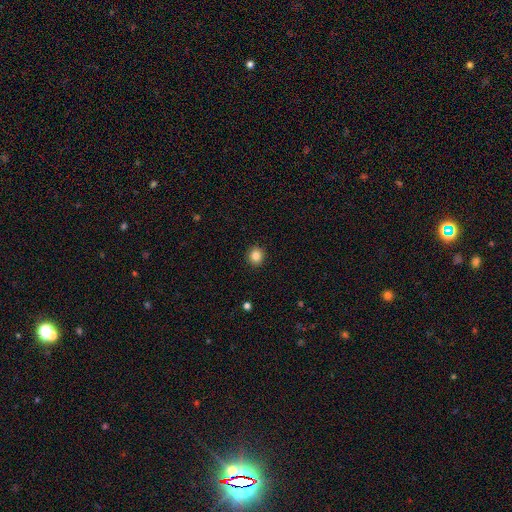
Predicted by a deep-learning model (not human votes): Smooth or featured?
  - smooth: 85% *
  - star or artifact: 11%
  - featured or disk: 4%
How rounded?
  - round: 85% *
  - in between: 14%
  - cigar-shaped: 1%
Merging?
  - none: 92% *
  - minor disturbance: 5%
  - major disturbance: 2%
  - merger: 1%